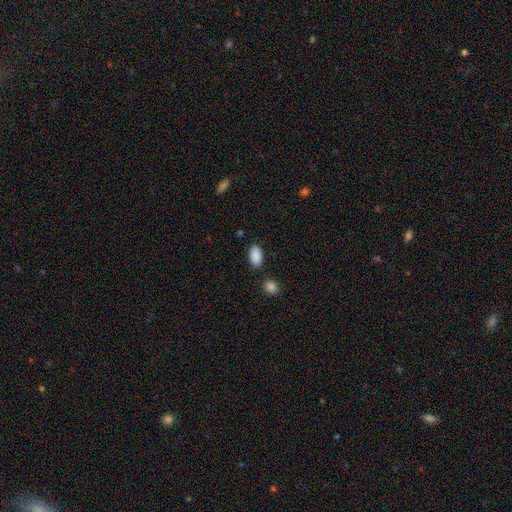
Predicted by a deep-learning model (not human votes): Smooth or featured: smooth — 90% (star or artifact — 7%)
How rounded: in between — 93% (cigar-shaped — 4%)
Merging: none — 83% (minor disturbance — 10%)